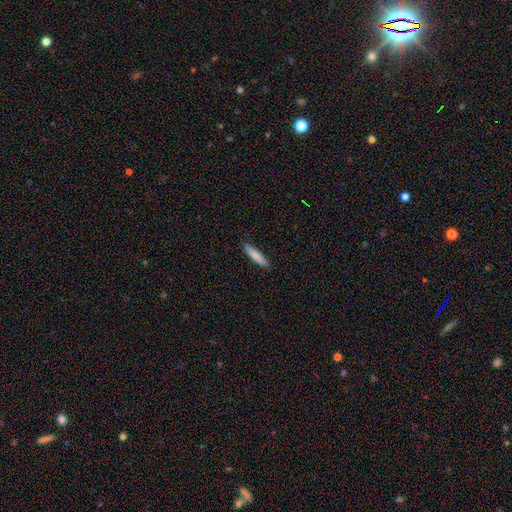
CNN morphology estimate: A smooth galaxy with no disk features (84%) that is cigar-shaped (84%). Merging: none (87%).